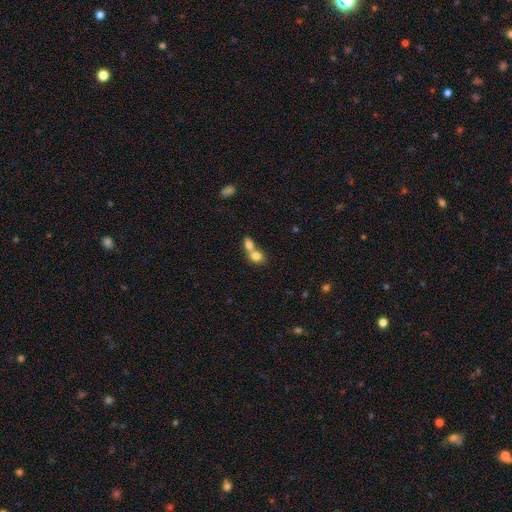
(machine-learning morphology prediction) Overall: smooth (77%). How rounded: round (51%; in between 47%). Merging: merger (73%).